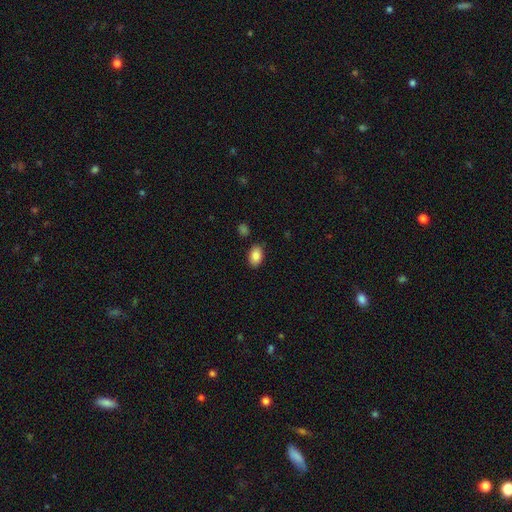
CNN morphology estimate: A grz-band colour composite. It shows a smooth galaxy with no disk features (87%) that is in between round and cigar-shaped (89%). Merging: none (84%).